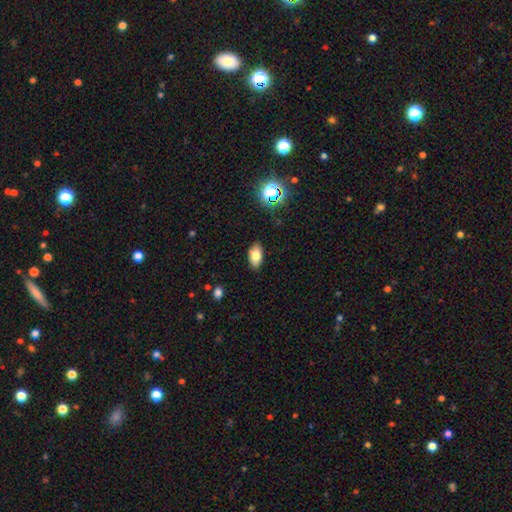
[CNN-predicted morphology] Smooth or featured?
  - smooth: 78% *
  - featured or disk: 12%
  - star or artifact: 10%
How rounded?
  - in between: 91% *
  - round: 5%
  - cigar-shaped: 4%
Merging?
  - none: 87% *
  - minor disturbance: 10%
  - major disturbance: 2%
  - merger: 1%